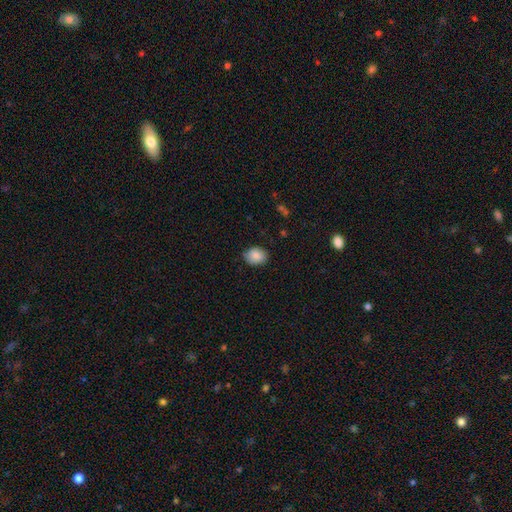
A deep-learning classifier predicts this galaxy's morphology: type=smooth (85%); roundness=in between (55%); merging=none (77%).